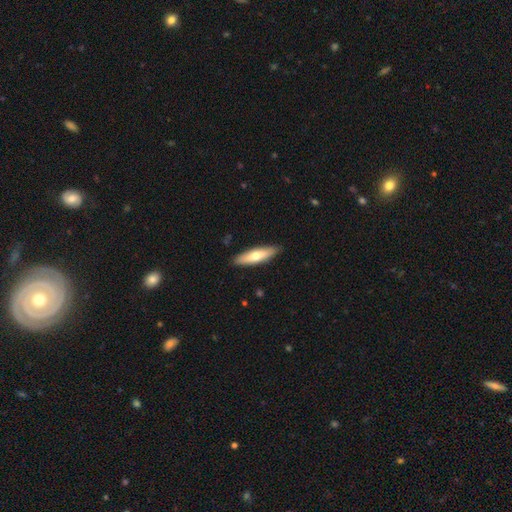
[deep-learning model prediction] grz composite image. It shows a smooth galaxy with no disk features (61%) that is cigar-shaped (67%). Merging: none (88%).